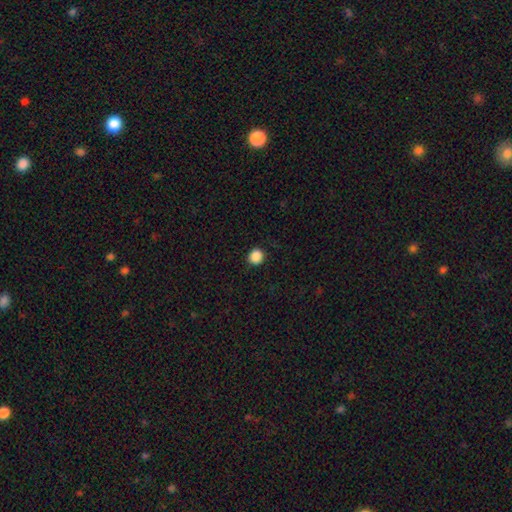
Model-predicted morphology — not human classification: smooth 88%, star or artifact 10%, featured or disk 2%. Down the decision tree: how rounded — round (89%); merging — none (91%).